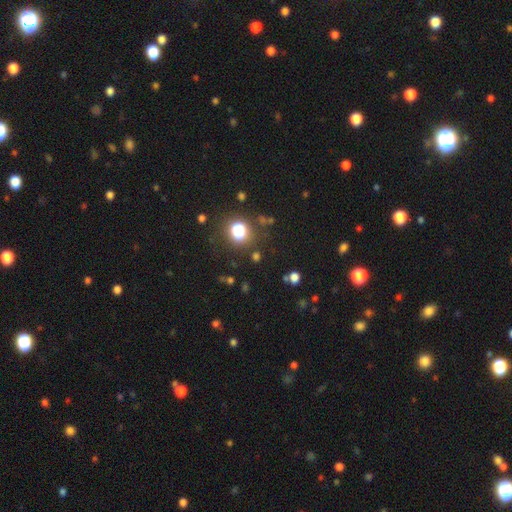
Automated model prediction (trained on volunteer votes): Smooth or featured? Predicted: smooth (p=0.52). How rounded? Predicted: round (p=0.87). Merging? Predicted: none (p=0.84).